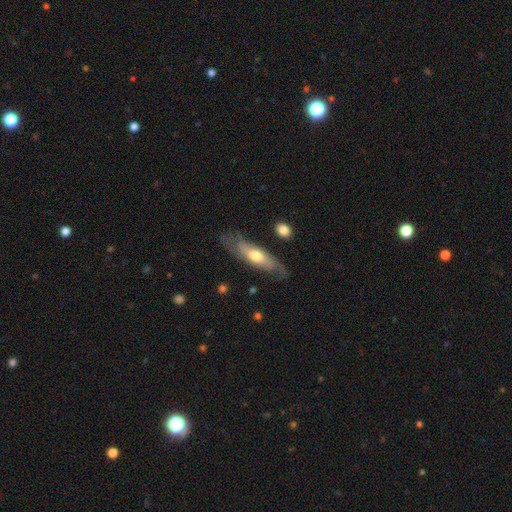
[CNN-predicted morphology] This appears to be a featured or disk galaxy (59%). Merging: none (68%).